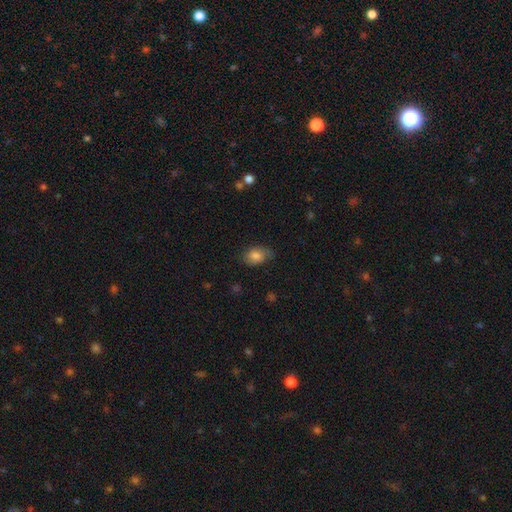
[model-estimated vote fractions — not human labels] Overall: smooth (78%). How rounded: in between (80%). Merging: none (66%).